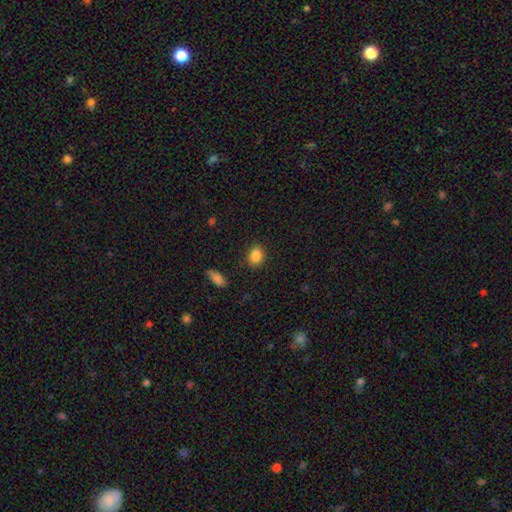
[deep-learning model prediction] Smooth or featured?
  - smooth: 87% *
  - star or artifact: 9%
  - featured or disk: 4%
How rounded?
  - in between: 59% *
  - round: 40%
  - cigar-shaped: 1%
Merging?
  - none: 86% *
  - minor disturbance: 9%
  - major disturbance: 3%
  - merger: 2%